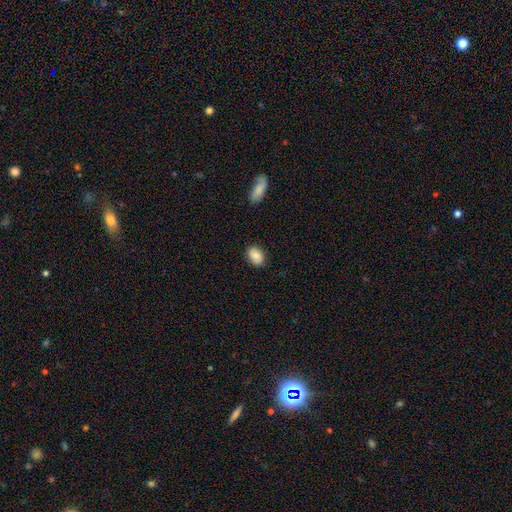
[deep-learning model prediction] smooth 80%, featured or disk 12%, star or artifact 8%. Down the decision tree: how rounded — in between (80%); merging — none (82%).